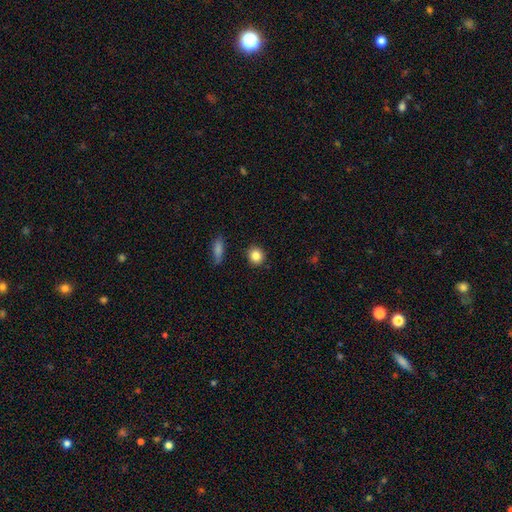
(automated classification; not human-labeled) A smooth galaxy with no disk features (85%) that is round (84%).

Vote fractions:
- Smooth or featured? smooth: 85% / star or artifact: 9% / featured or disk: 6%
- How rounded? round: 84% / in between: 14% / cigar-shaped: 2%
- Merging? none: 90% / minor disturbance: 7% / merger: 2% / major disturbance: 2%